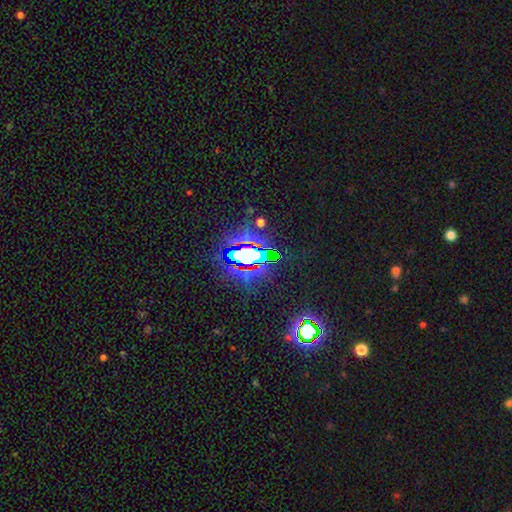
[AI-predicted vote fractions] smooth_or_featured: star or artifact (p=0.83) [alt: smooth p=0.09]